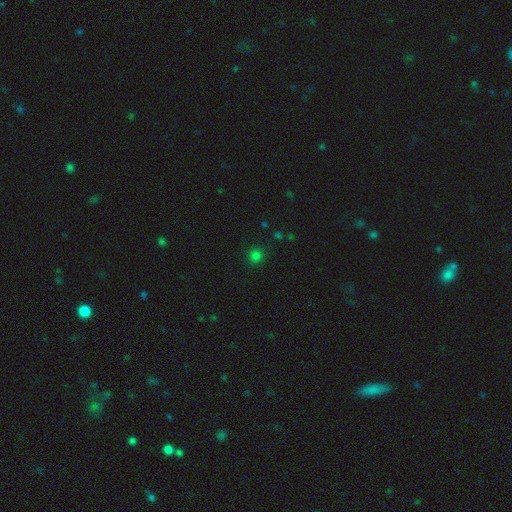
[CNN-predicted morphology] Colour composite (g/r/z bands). It shows a smooth galaxy with no disk features (75%) that is round (92%). Merging: none (87%).